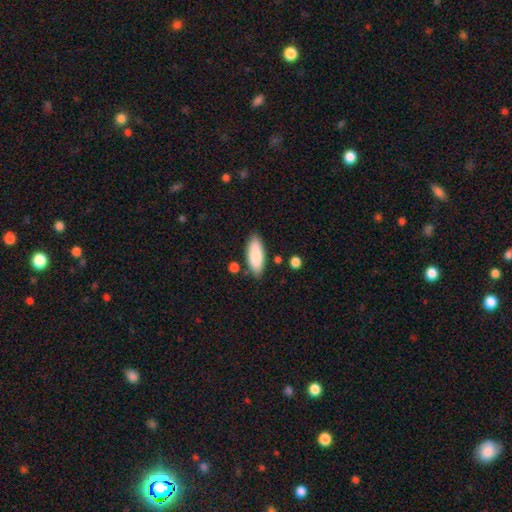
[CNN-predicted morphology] The model was most divided on "how rounded": in between: 71%, cigar-shaped: 27%, round: 2%. More confident: smooth or featured — smooth (87%); merging — none (82%).